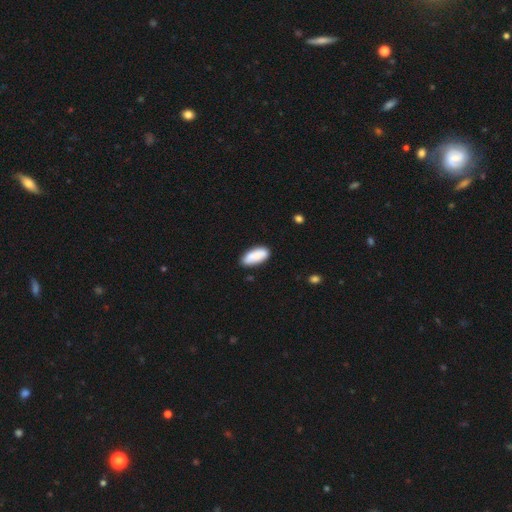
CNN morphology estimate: The model was most divided on "merging": none: 76%, minor disturbance: 17%, merger: 3%, major disturbance: 3%. More confident: how rounded — in between (86%); smooth or featured — smooth (85%).